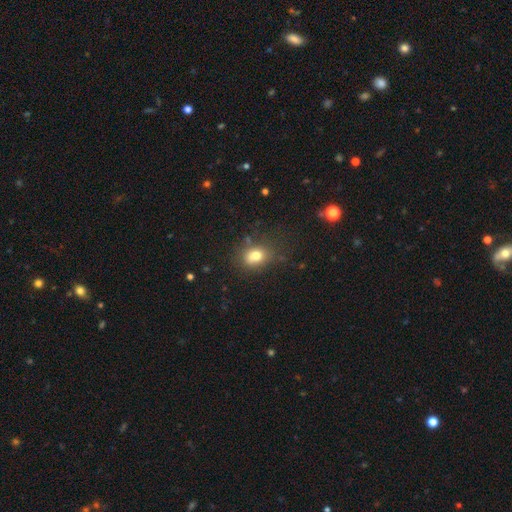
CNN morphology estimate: Smooth or featured? Predicted: smooth (p=0.76). How rounded? Predicted: in between (p=0.57). Merging? Predicted: none (p=0.64).